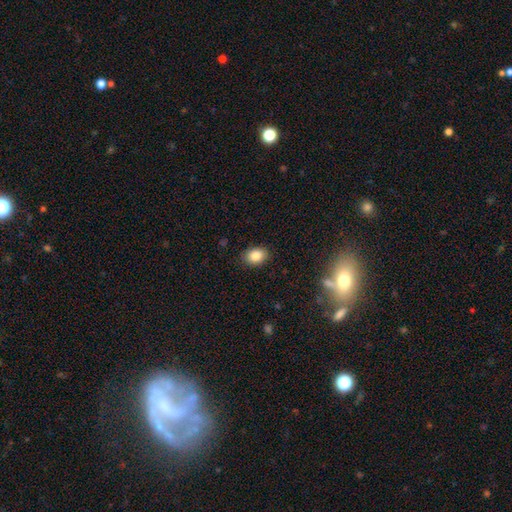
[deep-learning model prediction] Smooth or featured: smooth — 85% (star or artifact — 9%)
How rounded: in between — 74% (round — 25%)
Merging: none — 88% (minor disturbance — 9%)